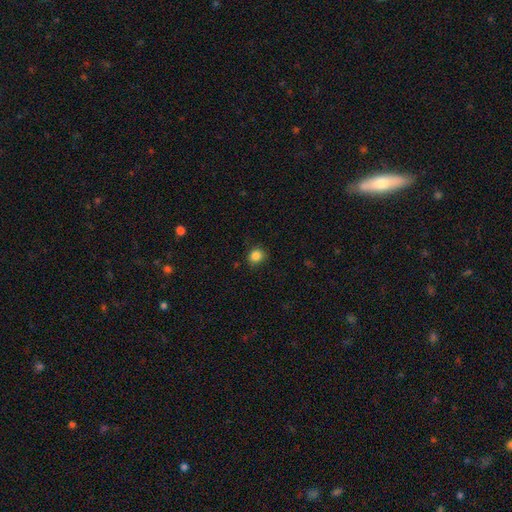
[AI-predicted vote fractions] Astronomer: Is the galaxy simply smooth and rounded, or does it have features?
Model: smooth — 86%.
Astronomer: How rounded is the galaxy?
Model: round — 75%.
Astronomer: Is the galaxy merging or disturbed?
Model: none — 80%.